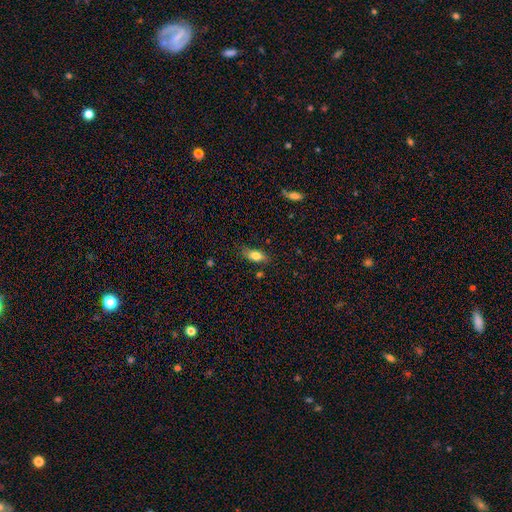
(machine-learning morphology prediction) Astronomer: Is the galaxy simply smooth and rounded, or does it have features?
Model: smooth — 79%.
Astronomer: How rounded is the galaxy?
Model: in between — 82%.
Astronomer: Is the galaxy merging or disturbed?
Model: none — 76%.